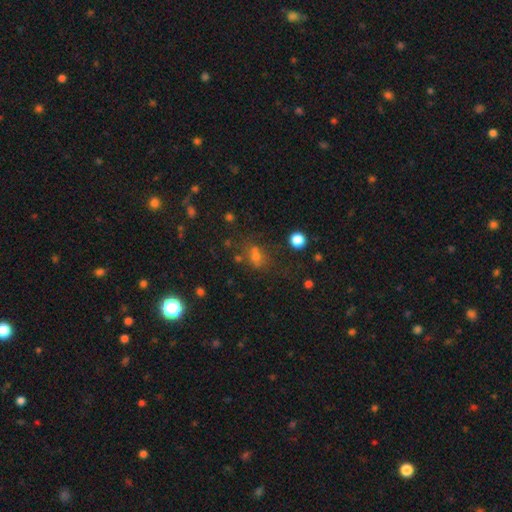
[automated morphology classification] Smooth or featured? smooth (51%)
How rounded? in between (51%)
Merging? none (56%)